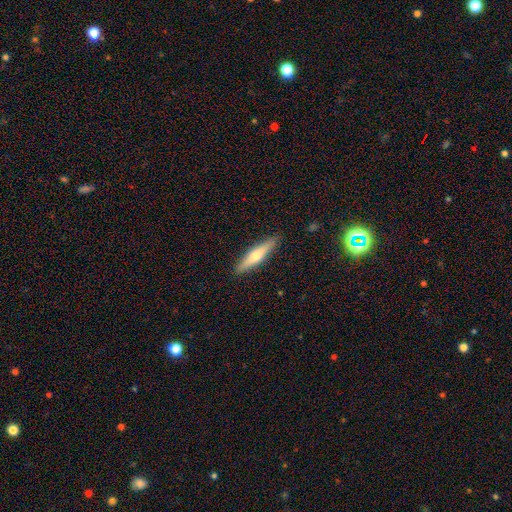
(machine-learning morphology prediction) Smooth or featured? Predicted: featured or disk (p=0.48). Merging? Predicted: none (p=0.90).